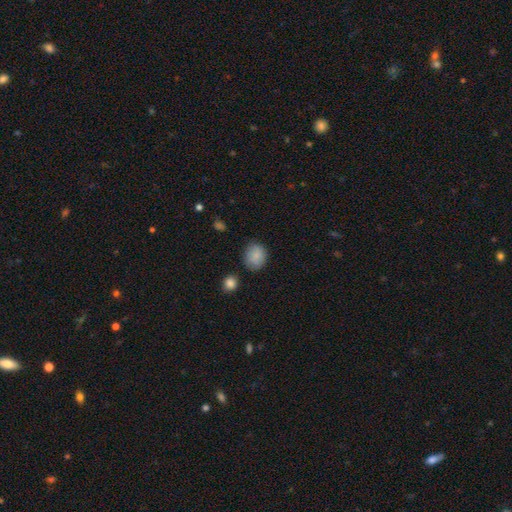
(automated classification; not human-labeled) Smooth or featured?
  - smooth: 85% *
  - star or artifact: 8%
  - featured or disk: 6%
How rounded?
  - round: 70% *
  - in between: 29%
  - cigar-shaped: 1%
Merging?
  - none: 82% *
  - minor disturbance: 12%
  - major disturbance: 3%
  - merger: 3%